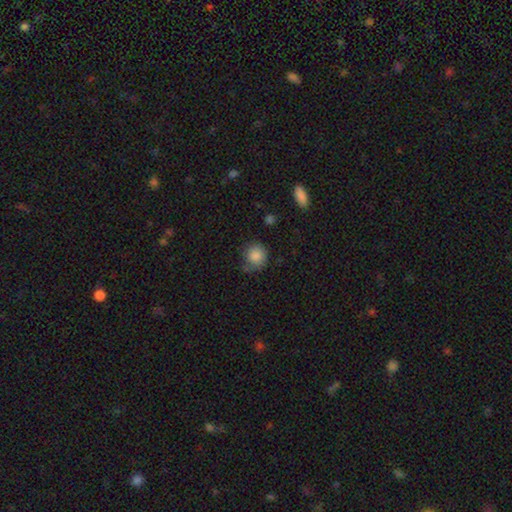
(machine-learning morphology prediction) Q: Smooth or featured?
A: smooth (85%); runner-up: star or artifact (9%)
Q: How rounded?
A: round (86%); runner-up: in between (13%)
Q: Merging?
A: none (62%); runner-up: minor disturbance (26%)